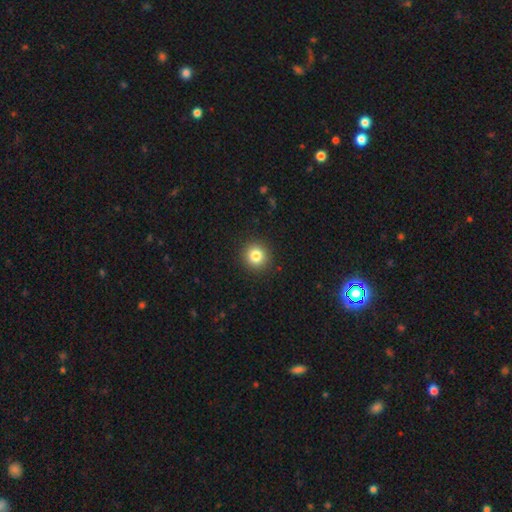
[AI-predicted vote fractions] Smooth or featured: smooth — 83% (star or artifact — 11%)
How rounded: round — 93% (in between — 6%)
Merging: none — 92% (minor disturbance — 5%)